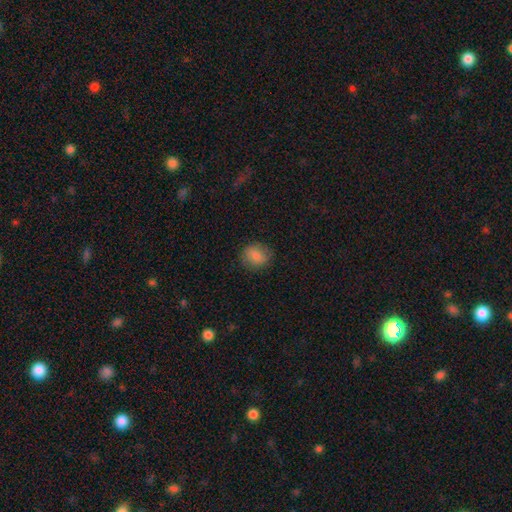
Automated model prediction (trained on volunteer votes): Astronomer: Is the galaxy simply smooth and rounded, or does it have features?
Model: smooth — 82%.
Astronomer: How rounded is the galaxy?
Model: round — 76%.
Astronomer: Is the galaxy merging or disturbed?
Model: none — 84%.